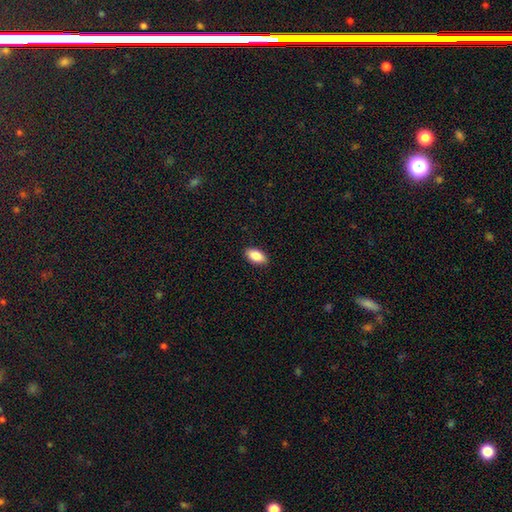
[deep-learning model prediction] Smooth or featured?
  - smooth: 88% *
  - star or artifact: 7%
  - featured or disk: 6%
How rounded?
  - in between: 93% *
  - cigar-shaped: 4%
  - round: 3%
Merging?
  - none: 90% *
  - minor disturbance: 7%
  - major disturbance: 2%
  - merger: 1%